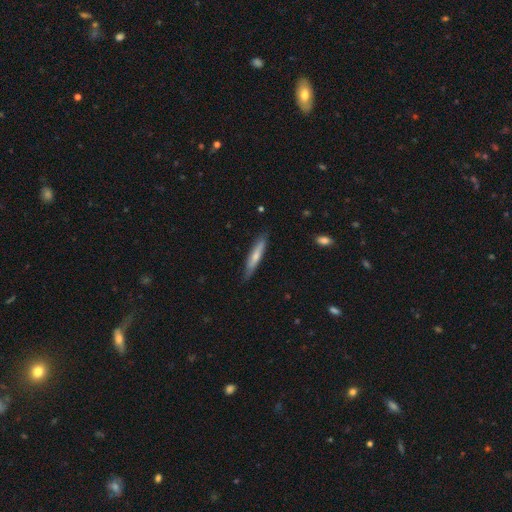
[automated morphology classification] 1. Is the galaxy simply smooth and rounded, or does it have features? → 60% smooth, 35% featured or disk, 5% star or artifact.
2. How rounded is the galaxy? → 90% cigar-shaped, 9% in between, 1% round.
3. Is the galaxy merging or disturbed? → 81% none, 15% minor disturbance, 2% major disturbance, 1% merger.